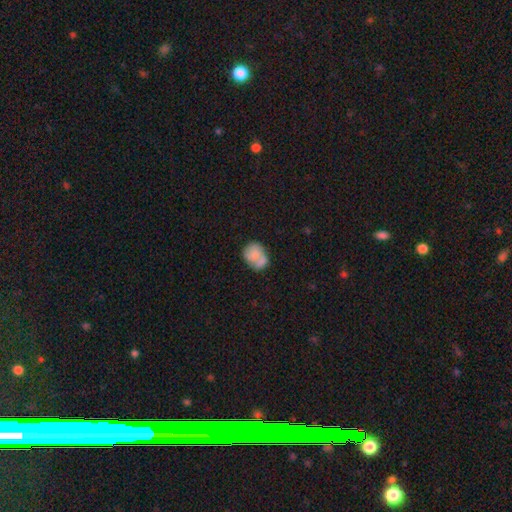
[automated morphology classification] The model was most divided on "merging": merger: 36%, none: 34%, minor disturbance: 20%, major disturbance: 10%. More confident: smooth or featured — smooth (69%); how rounded — round (57%).